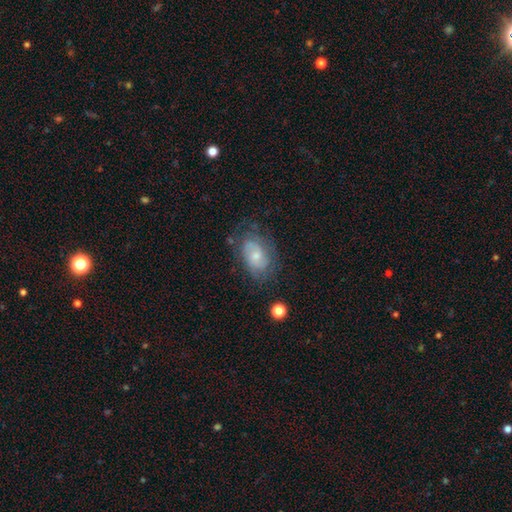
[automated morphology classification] Smooth or featured? featured or disk (56%)
Edge-on disk? no (96%)
Bar? no (74%)
Spiral arms? yes (74%)
Bulge size? small (57%)
Merging? none (62%)